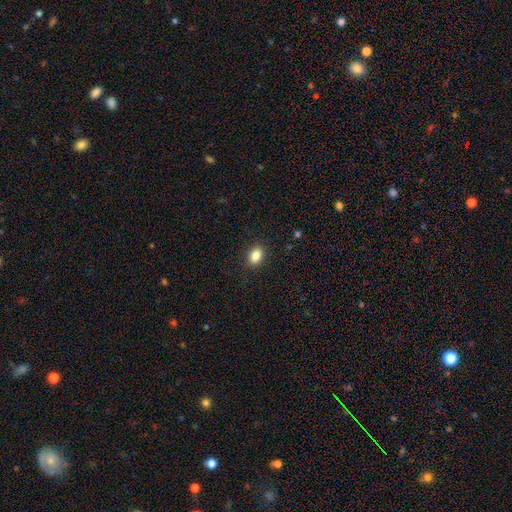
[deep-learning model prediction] smooth 85%, star or artifact 10%, featured or disk 5%. Down the decision tree: how rounded — in between (77%); merging — none (89%).